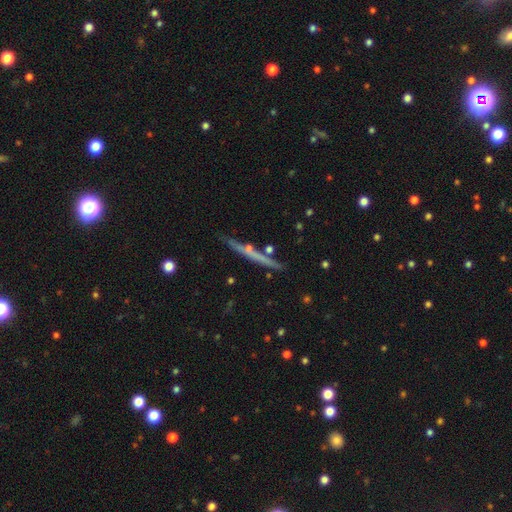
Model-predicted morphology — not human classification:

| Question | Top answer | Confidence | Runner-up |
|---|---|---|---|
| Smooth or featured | featured or disk | 64% | smooth (28%) |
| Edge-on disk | yes | 96% | no (4%) |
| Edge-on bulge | none | 60% | rounded (35%) |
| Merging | none | 82% | minor disturbance (11%) |